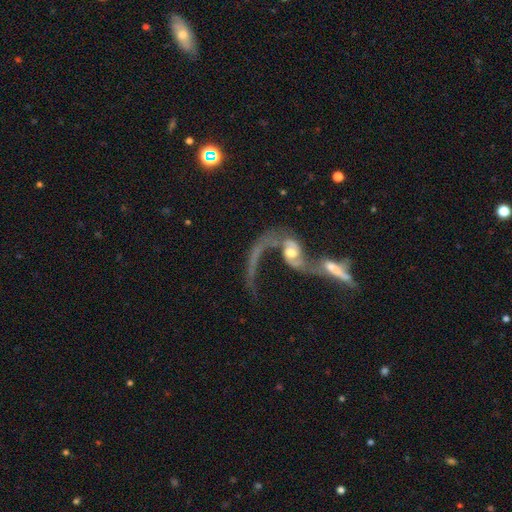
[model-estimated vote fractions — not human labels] A featured or disk galaxy (72%) with no bar (61%), spiral arms (75%) and a moderate central bulge (46%). Merging: merger (65%).